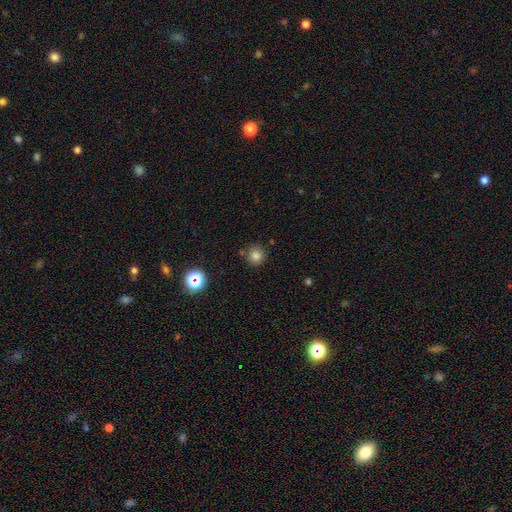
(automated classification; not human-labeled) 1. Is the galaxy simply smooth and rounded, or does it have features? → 80% smooth, 14% star or artifact, 6% featured or disk.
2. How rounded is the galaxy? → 93% round, 6% in between, 1% cigar-shaped.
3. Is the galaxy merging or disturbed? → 81% none, 10% minor disturbance, 6% merger, 3% major disturbance.